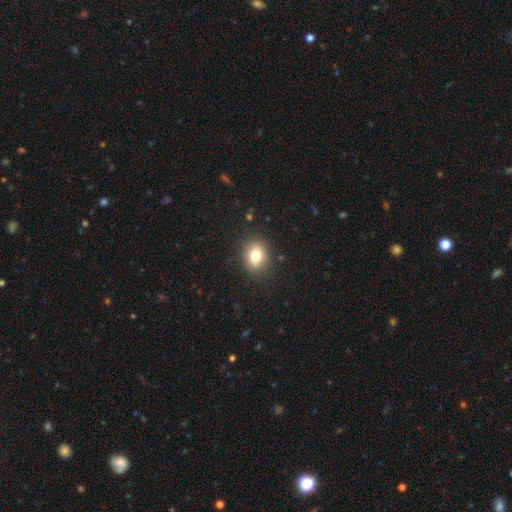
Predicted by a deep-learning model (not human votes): Q: Smooth or featured?
A: smooth (80%); runner-up: star or artifact (11%)
Q: How rounded?
A: round (53%); runner-up: in between (46%)
Q: Merging?
A: none (88%); runner-up: minor disturbance (8%)